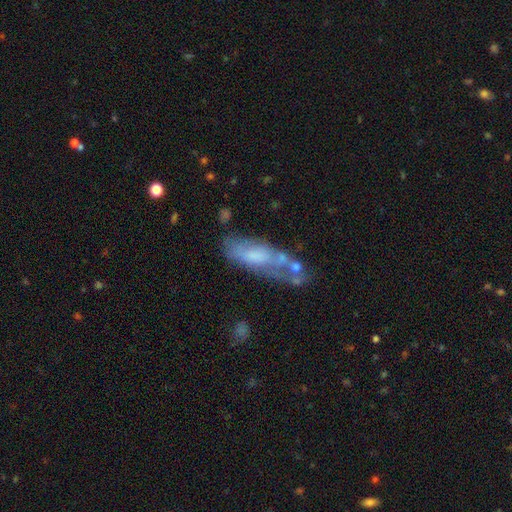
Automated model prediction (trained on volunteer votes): Smooth or featured? smooth (47%)
Merging? none (34%)